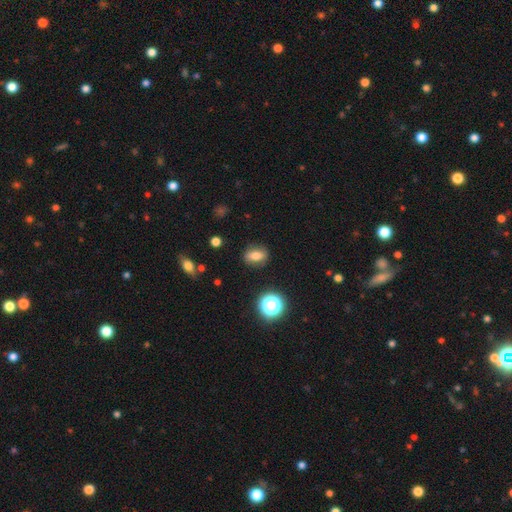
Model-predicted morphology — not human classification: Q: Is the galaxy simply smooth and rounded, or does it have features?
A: smooth — 70%.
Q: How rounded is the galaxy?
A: in between — 69%.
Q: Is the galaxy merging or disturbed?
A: none — 85%.